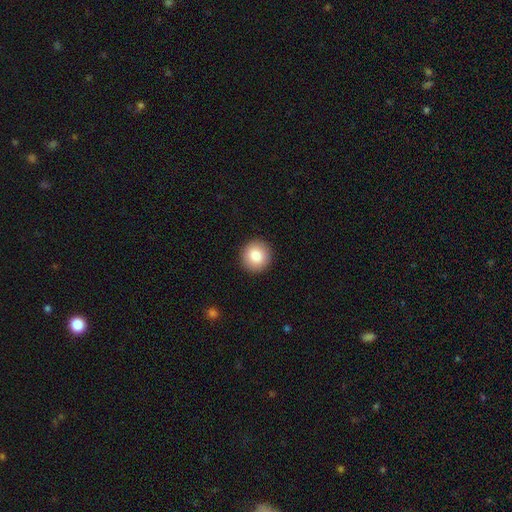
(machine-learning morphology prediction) smooth-or-featured: smooth: 85% | star or artifact: 8% | featured or disk: 7%
  how-rounded: round: 93% | in between: 6% | cigar-shaped: 1%
  merging: none: 92% | minor disturbance: 5% | major disturbance: 2% | merger: 1%